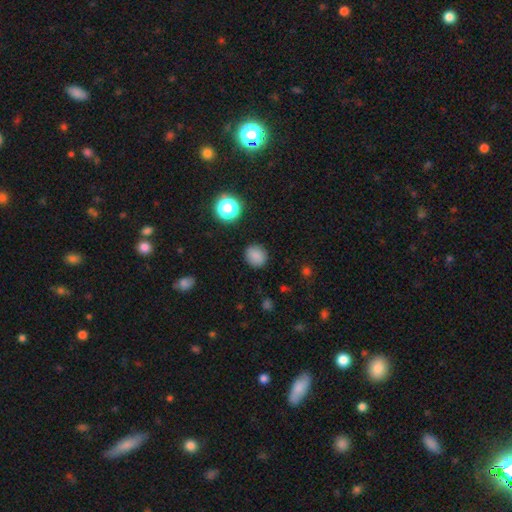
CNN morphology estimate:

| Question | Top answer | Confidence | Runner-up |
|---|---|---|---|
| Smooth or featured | smooth | 82% | star or artifact (13%) |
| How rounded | round | 81% | in between (18%) |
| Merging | none | 87% | minor disturbance (9%) |